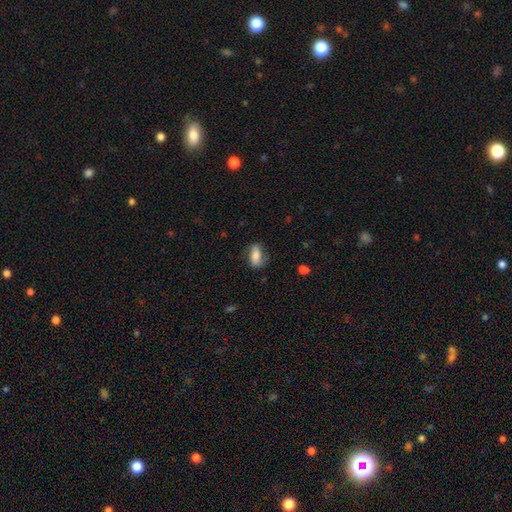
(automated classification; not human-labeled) smooth 70%, featured or disk 23%, star or artifact 7%. Down the decision tree: how rounded — in between (85%); merging — none (67%).